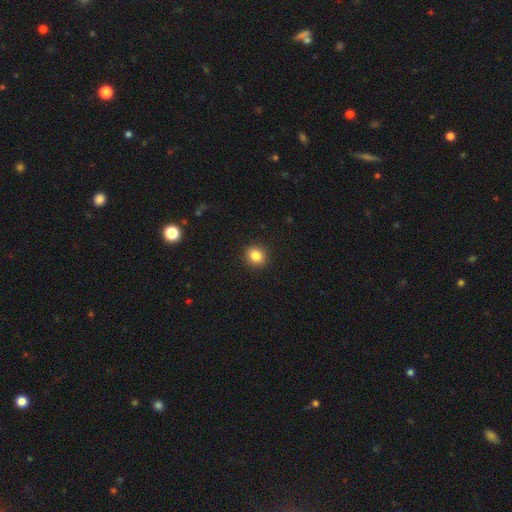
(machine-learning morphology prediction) Overall: smooth (85%). How rounded: round (77%). Merging: none (92%).